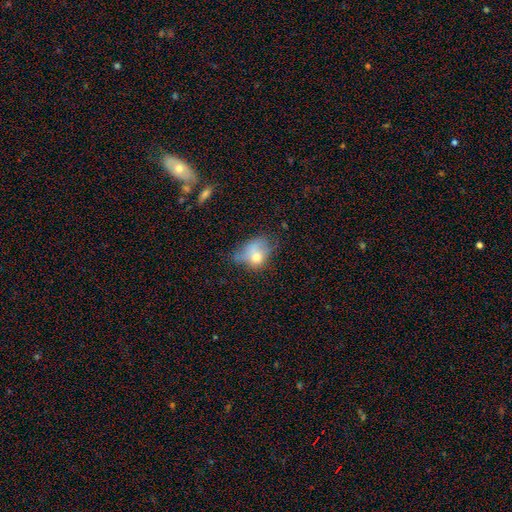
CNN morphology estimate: Q: Smooth or featured?
A: smooth (67%); runner-up: featured or disk (21%)
Q: How rounded?
A: in between (58%); runner-up: round (40%)
Q: Merging?
A: minor disturbance (32%); runner-up: none (30%)